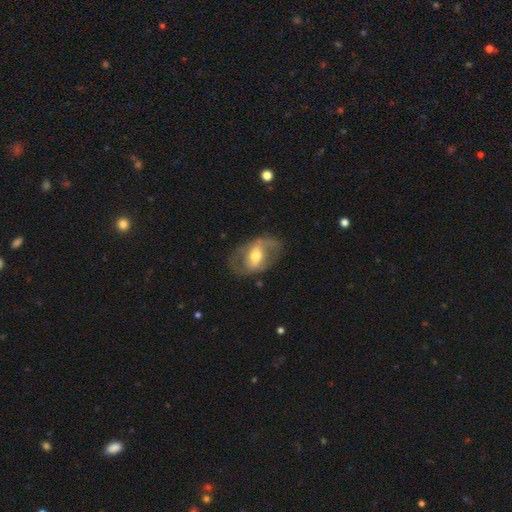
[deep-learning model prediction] A featured or disk galaxy (67%) with a strong bar (38%), spiral arms (59%) and a moderate central bulge (66%). Merging: none (68%).